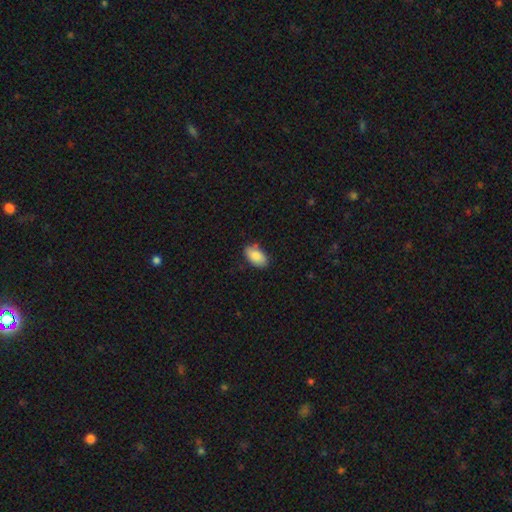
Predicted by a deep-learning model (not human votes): The model was most divided on "merging": none: 81%, minor disturbance: 15%, major disturbance: 2%, merger: 2%. More confident: how rounded — in between (93%); smooth or featured — smooth (85%).